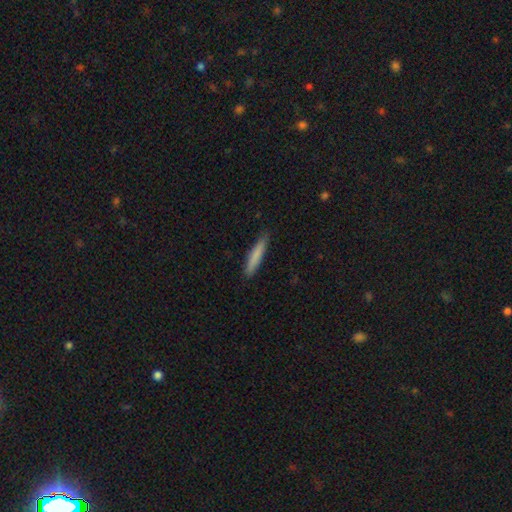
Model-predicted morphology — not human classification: Q: Smooth or featured?
A: smooth (81%); runner-up: featured or disk (13%)
Q: How rounded?
A: cigar-shaped (91%); runner-up: in between (7%)
Q: Merging?
A: none (87%); runner-up: minor disturbance (10%)